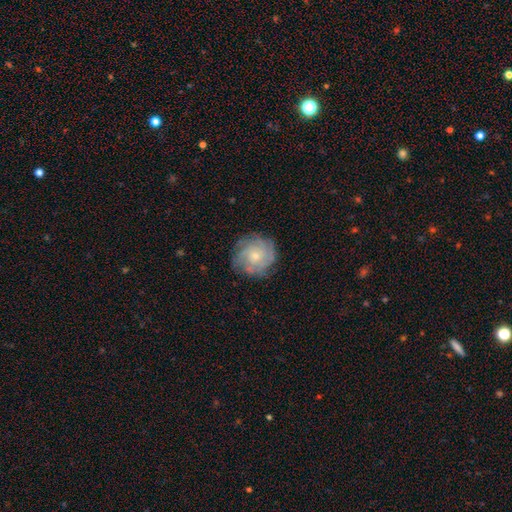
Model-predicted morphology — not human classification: A featured or disk galaxy (65%) with no bar (83%), tight (67%) spiral arms (86%) and a small central bulge (67%). Merging: none (79%).